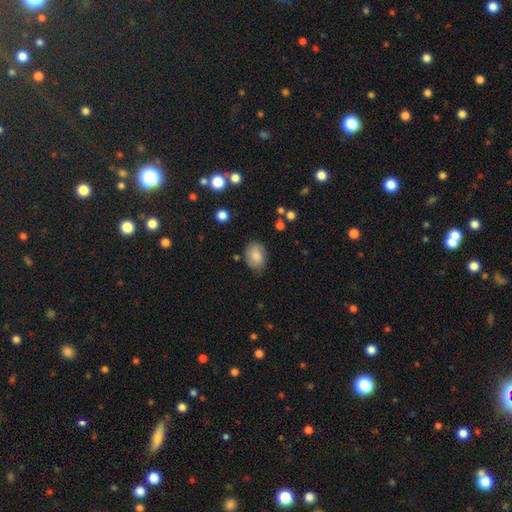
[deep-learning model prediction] smooth-or-featured: smooth: 75% | featured or disk: 17% | star or artifact: 8%
  how-rounded: in between: 69% | round: 30% | cigar-shaped: 1%
  merging: none: 71% | minor disturbance: 22% | major disturbance: 5% | merger: 2%